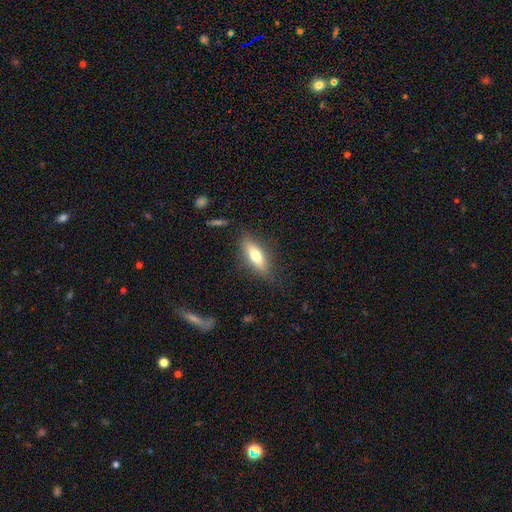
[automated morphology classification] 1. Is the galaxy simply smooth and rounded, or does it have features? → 63% smooth, 30% featured or disk, 7% star or artifact.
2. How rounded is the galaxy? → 54% in between, 43% cigar-shaped, 3% round.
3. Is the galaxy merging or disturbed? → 81% none, 13% minor disturbance, 4% major disturbance, 2% merger.